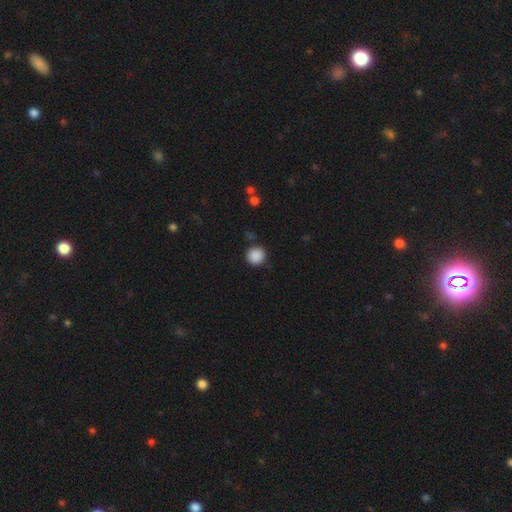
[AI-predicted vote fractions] Overall: smooth (88%). How rounded: round (94%). Merging: none (89%).